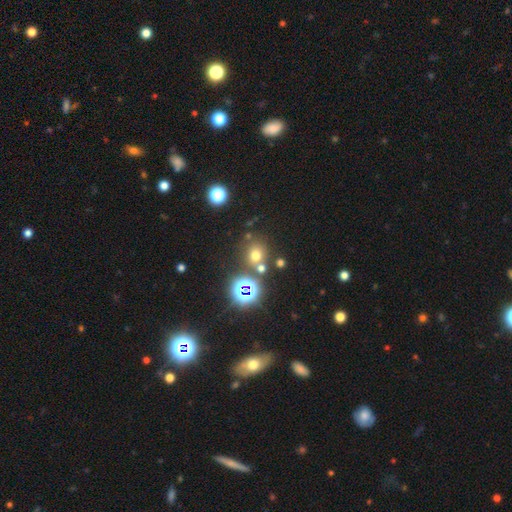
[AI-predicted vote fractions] Morphology: type=smooth (59%); roundness=round (83%); merging=none (71%).